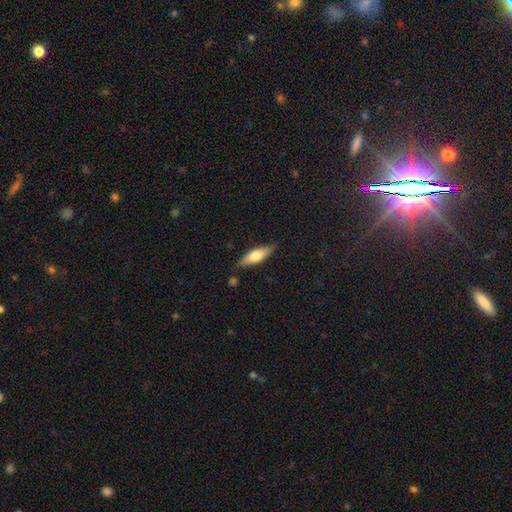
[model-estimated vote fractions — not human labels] Smooth or featured? Predicted: smooth (p=0.65). How rounded? Predicted: in between (p=0.50). Merging? Predicted: none (p=0.79).